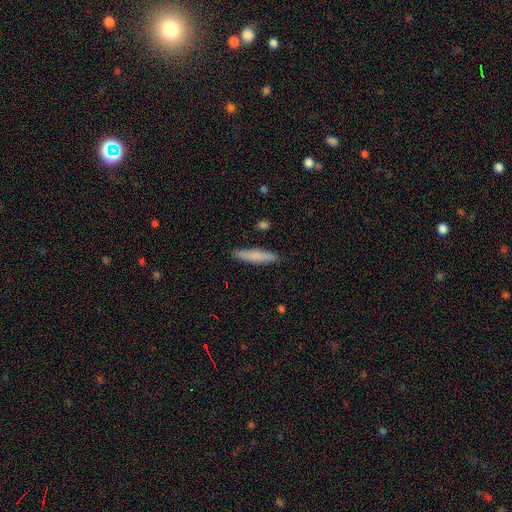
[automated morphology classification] Smooth or featured?
  - smooth: 78% *
  - featured or disk: 15%
  - star or artifact: 6%
How rounded?
  - cigar-shaped: 90% *
  - in between: 9%
  - round: 1%
Merging?
  - none: 89% *
  - minor disturbance: 8%
  - major disturbance: 2%
  - merger: 1%